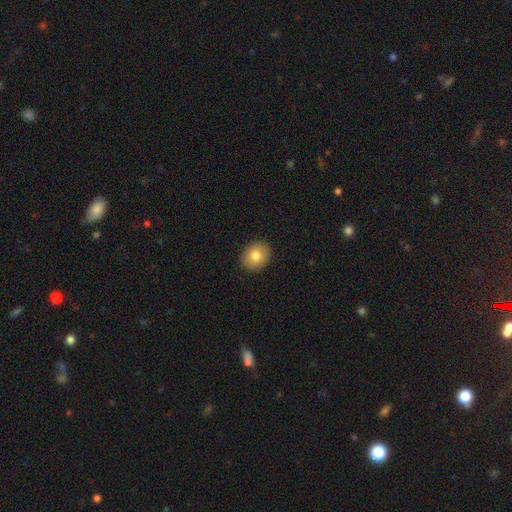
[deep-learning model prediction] Smooth or featured? smooth (80%)
How rounded? round (65%)
Merging? none (91%)